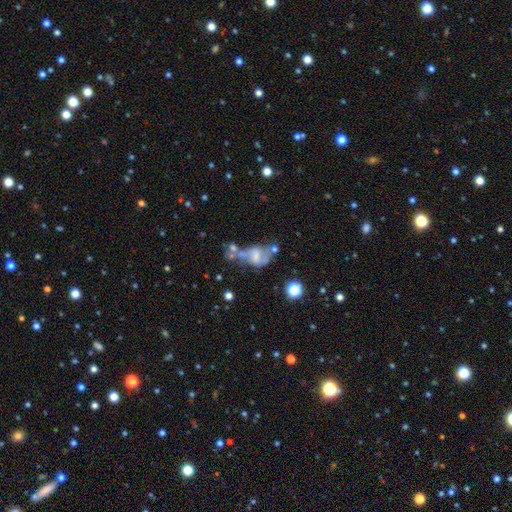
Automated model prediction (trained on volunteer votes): smooth-or-featured: featured or disk: 54% | smooth: 32% | star or artifact: 14%
  disk-edge-on: no: 96% | yes: 4%
    bar: no: 51% | weak: 32% | strong: 18%
    has-spiral-arms: no: 61% | yes: 39%
    bulge-size: none: 44% | small: 28% | moderate: 22% | large: 5% | dominant: 2%
  merging: merger: 31% | major disturbance: 29% | none: 23% | minor disturbance: 17%